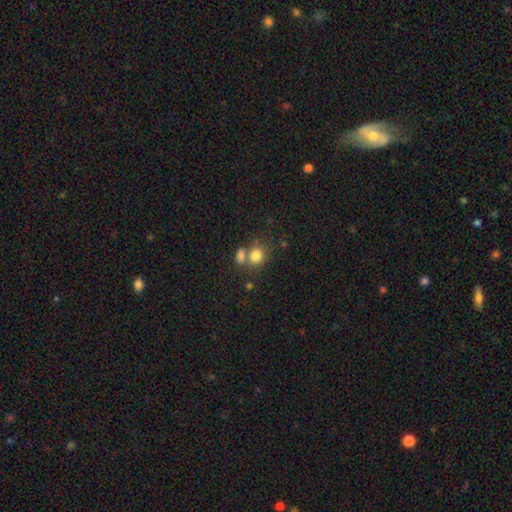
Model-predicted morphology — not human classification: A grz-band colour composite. It shows a smooth galaxy with no disk features (80%) that is round (66%). Merging: none (48%).